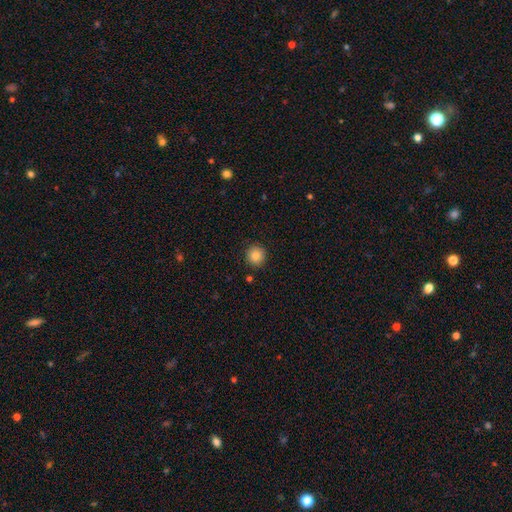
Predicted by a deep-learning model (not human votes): A smooth galaxy with no disk features (85%) that is round (93%).

Vote fractions:
- Smooth or featured? smooth: 85% / star or artifact: 10% / featured or disk: 5%
- How rounded? round: 93% / in between: 6% / cigar-shaped: 1%
- Merging? none: 90% / minor disturbance: 7% / major disturbance: 2% / merger: 1%